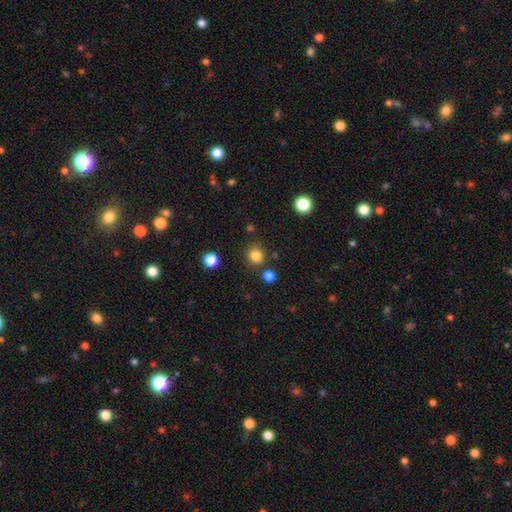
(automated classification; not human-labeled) A smooth galaxy with no disk features (82%) that is round (87%). Merging: none (84%).